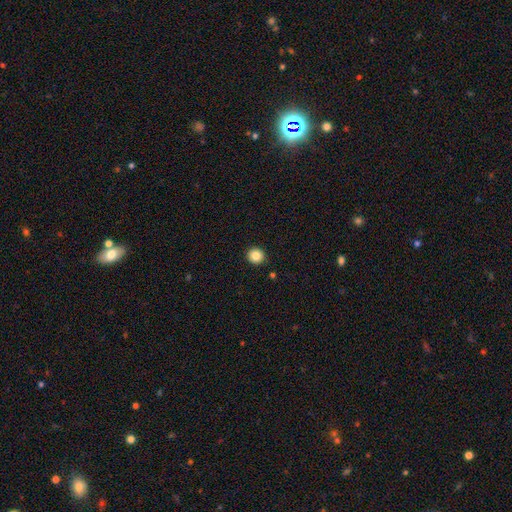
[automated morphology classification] smooth_or_featured: smooth (p=0.85) [alt: star or artifact p=0.10]
how_rounded: round (p=0.93) [alt: in between p=0.06]
merging: none (p=0.93) [alt: minor disturbance p=0.04]